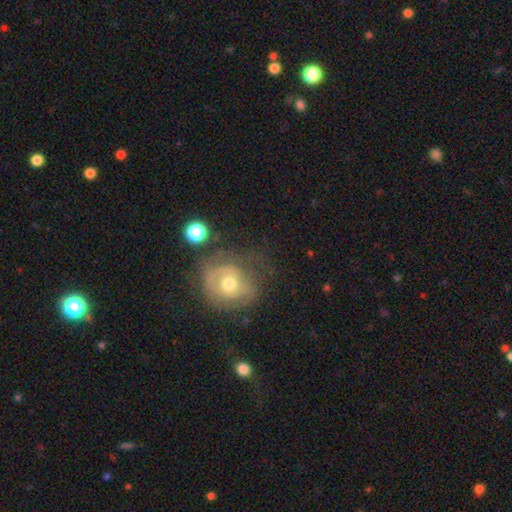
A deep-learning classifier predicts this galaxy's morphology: A featured or disk galaxy (45%).

Vote fractions:
- Smooth or featured? featured or disk: 45% / smooth: 34% / star or artifact: 20%
- Merging? none: 64% / minor disturbance: 19% / major disturbance: 12% / merger: 4%